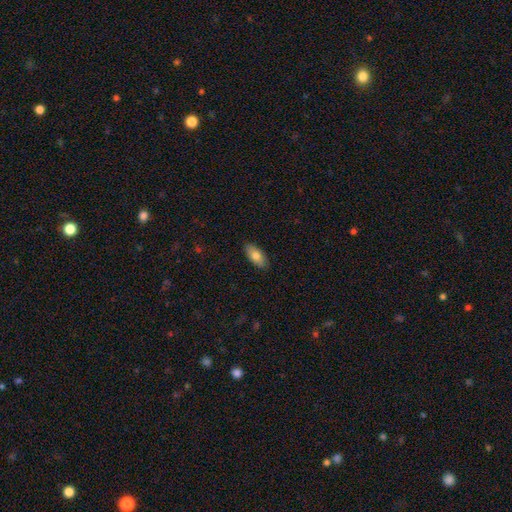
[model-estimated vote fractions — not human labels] Smooth or featured? Predicted: smooth (p=0.79). How rounded? Predicted: in between (p=0.90). Merging? Predicted: none (p=0.89).